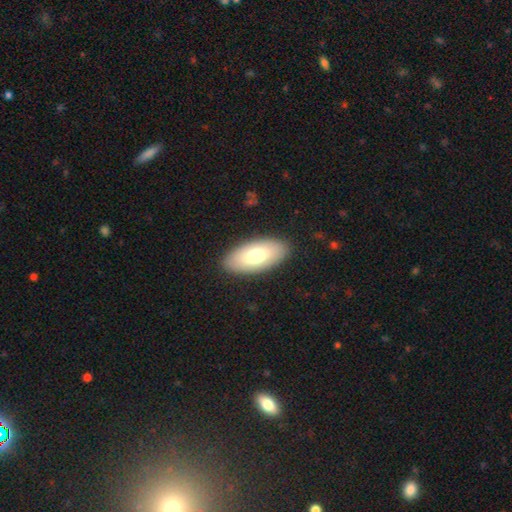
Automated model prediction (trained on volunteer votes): Overall: smooth (72%). How rounded: in between (92%). Merging: none (89%).